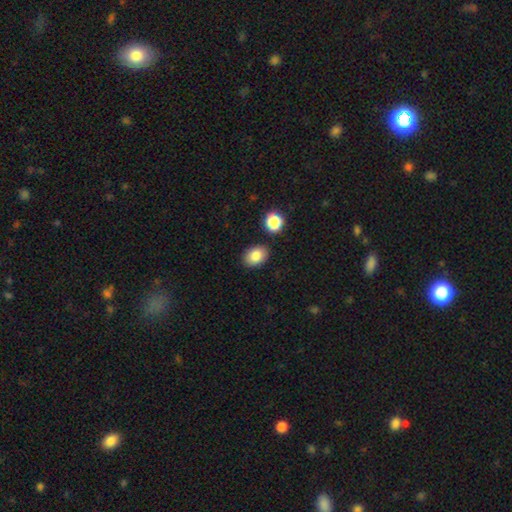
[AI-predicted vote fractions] This is clearly a smooth galaxy (84%). How rounded: likely in between (74%). Merging: clearly none (85%).